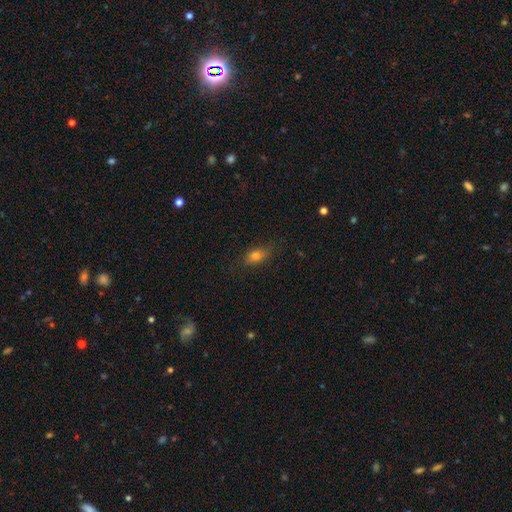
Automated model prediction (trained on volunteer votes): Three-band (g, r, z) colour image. It shows a smooth galaxy with no disk features (72%) that is in between round and cigar-shaped (76%). Merging: none (76%).